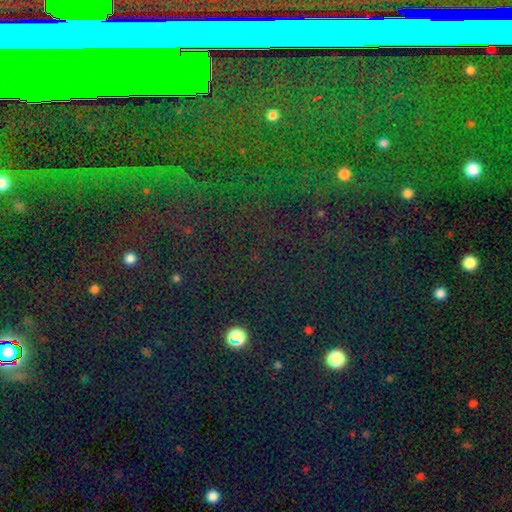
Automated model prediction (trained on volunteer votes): A star or artifact, not a galaxy (79%).

Vote fractions:
- Smooth or featured? star or artifact: 79% / smooth: 14% / featured or disk: 8%